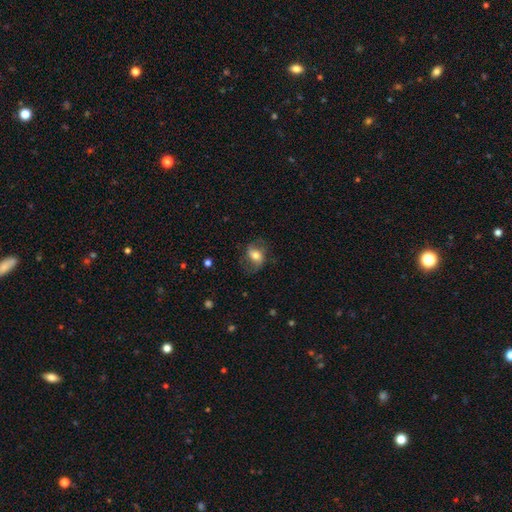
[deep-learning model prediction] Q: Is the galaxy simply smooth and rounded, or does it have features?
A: smooth — 49%.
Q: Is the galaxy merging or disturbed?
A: none — 62%.